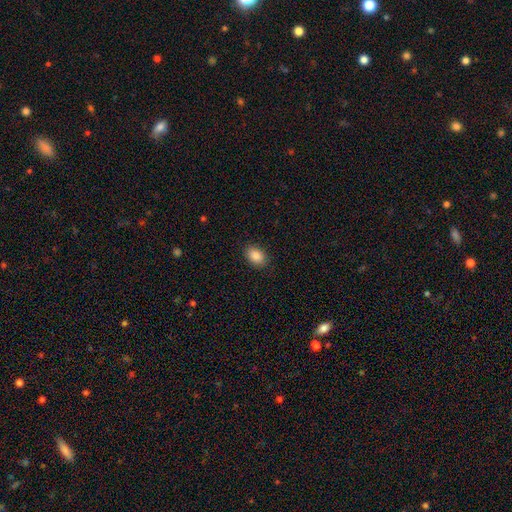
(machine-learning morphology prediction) Q: Smooth or featured?
A: smooth (88%); runner-up: star or artifact (8%)
Q: How rounded?
A: in between (82%); runner-up: round (17%)
Q: Merging?
A: none (88%); runner-up: minor disturbance (9%)